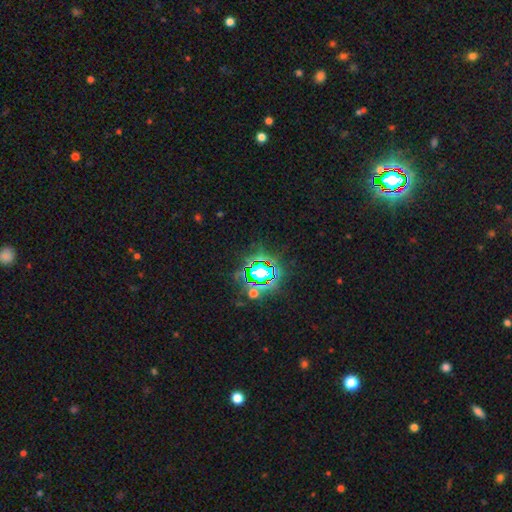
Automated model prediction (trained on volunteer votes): Smooth or featured?
  - star or artifact: 83% *
  - smooth: 10%
  - featured or disk: 7%